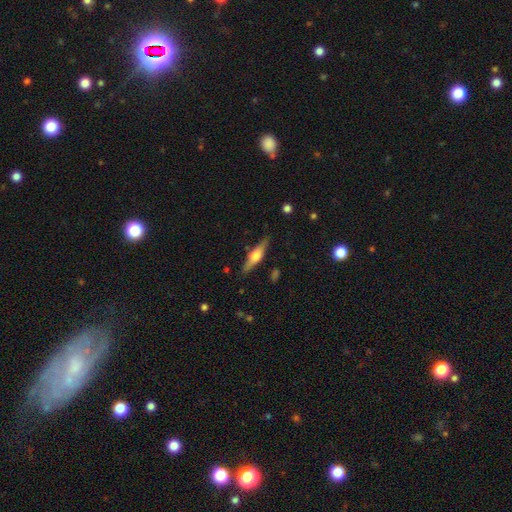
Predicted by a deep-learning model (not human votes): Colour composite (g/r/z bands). It shows a featured or disk galaxy (65%) viewed edge-on (96%) with a rounded central bulge (90%). Merging: none (86%).